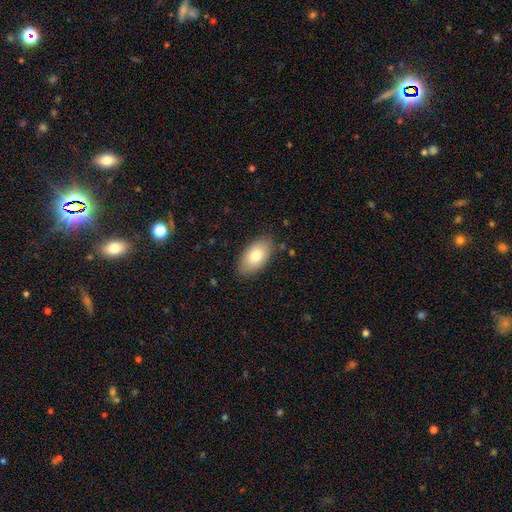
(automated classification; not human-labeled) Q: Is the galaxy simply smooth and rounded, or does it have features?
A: smooth — 79%.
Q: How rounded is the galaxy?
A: in between — 94%.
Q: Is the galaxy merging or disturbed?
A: none — 84%.